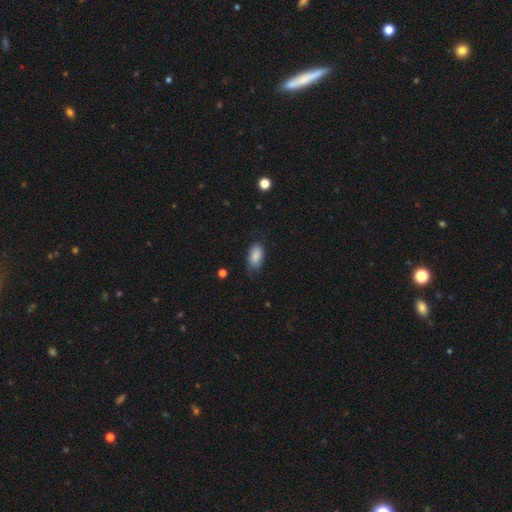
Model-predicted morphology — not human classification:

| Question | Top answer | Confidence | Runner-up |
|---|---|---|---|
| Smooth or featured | smooth | 87% | star or artifact (7%) |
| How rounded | in between | 93% | round (4%) |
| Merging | none | 70% | minor disturbance (24%) |